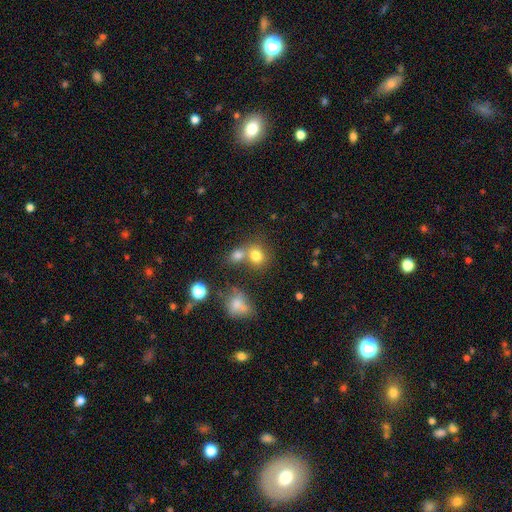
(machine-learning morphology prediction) smooth 76%, star or artifact 14%, featured or disk 10%. Down the decision tree: how rounded — round (70%); merging — none (45%).